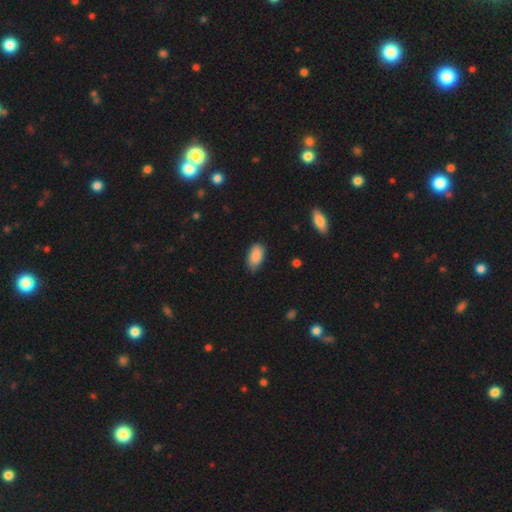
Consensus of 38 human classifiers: A smooth galaxy with no disk features (92%) that is in between round and cigar-shaped (94%). Merging: none (57%).